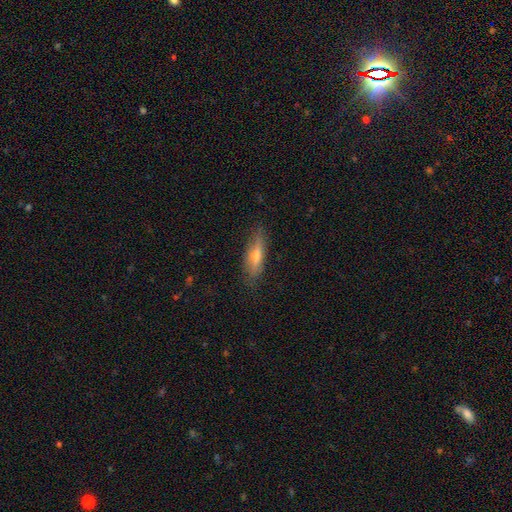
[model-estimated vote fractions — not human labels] smooth_or_featured: smooth (p=0.49) [alt: featured or disk p=0.44]
merging: none (p=0.77) [alt: minor disturbance p=0.18]